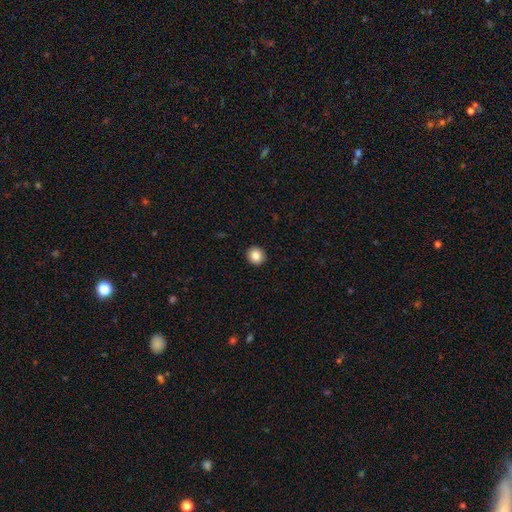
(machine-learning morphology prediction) Smooth or featured?
  - smooth: 86% *
  - star or artifact: 9%
  - featured or disk: 5%
How rounded?
  - round: 92% *
  - in between: 7%
  - cigar-shaped: 1%
Merging?
  - none: 93% *
  - minor disturbance: 4%
  - major disturbance: 1%
  - merger: 1%